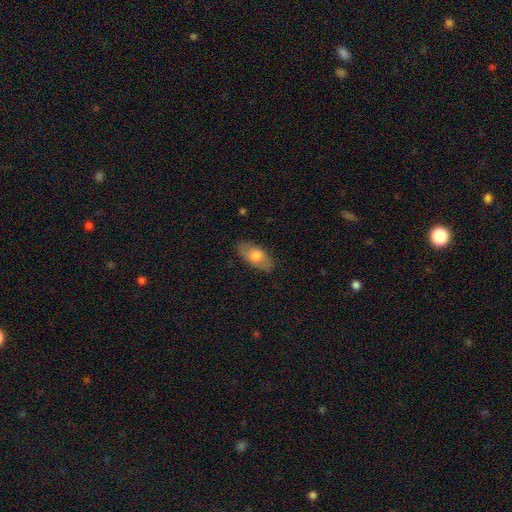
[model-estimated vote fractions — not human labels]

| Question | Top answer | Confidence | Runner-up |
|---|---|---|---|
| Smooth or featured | smooth | 69% | featured or disk (25%) |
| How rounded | in between | 87% | cigar-shaped (9%) |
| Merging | none | 81% | minor disturbance (15%) |